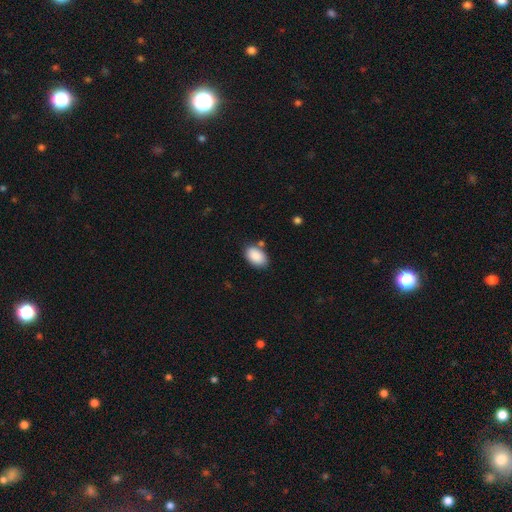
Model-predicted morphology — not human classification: Smooth or featured? smooth (90%)
How rounded? in between (92%)
Merging? none (78%)